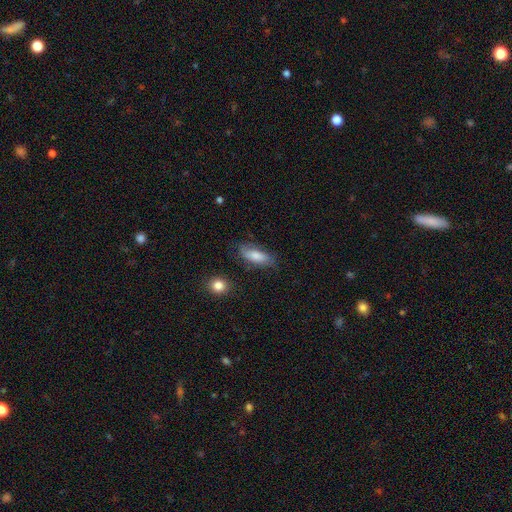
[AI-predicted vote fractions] The model was most divided on "merging": none: 65%, minor disturbance: 24%, major disturbance: 8%, merger: 3%. More confident: how rounded — in between (78%); smooth or featured — smooth (75%).